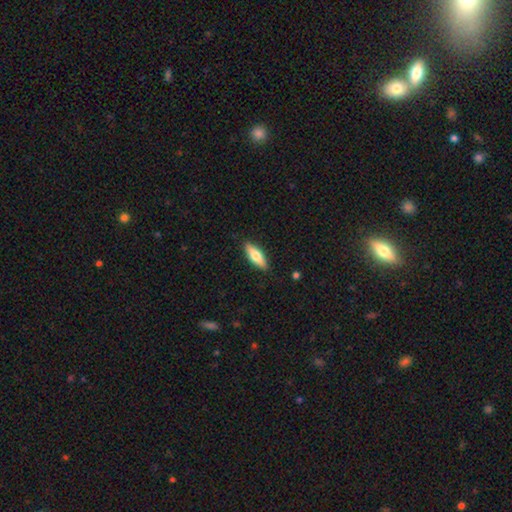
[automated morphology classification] The model was most divided on "how rounded": in between: 55%, cigar-shaped: 43%, round: 2%. More confident: merging — none (89%); smooth or featured — smooth (62%).